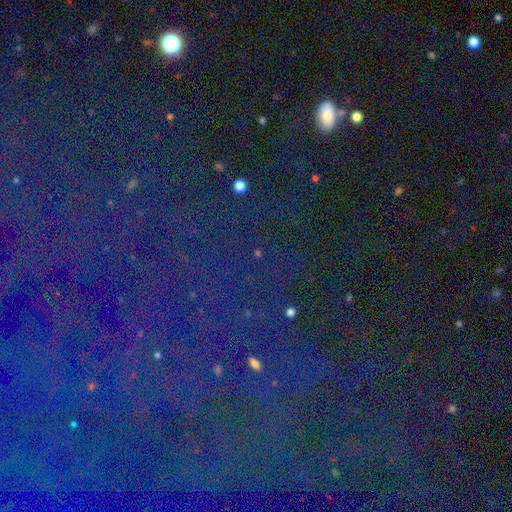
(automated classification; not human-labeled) Morphology: type=star or artifact (82%).